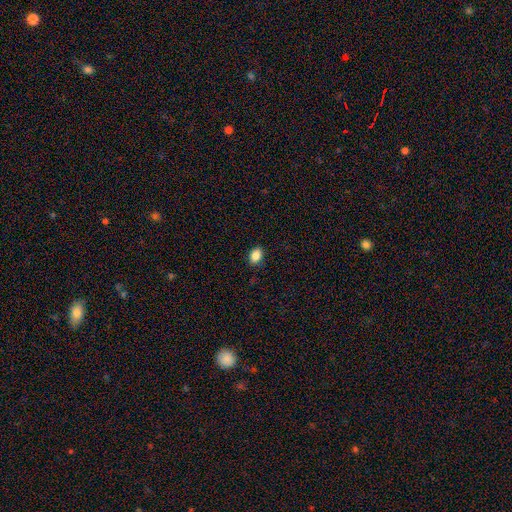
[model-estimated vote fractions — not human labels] smooth-or-featured: smooth: 87% | star or artifact: 9% | featured or disk: 4%
  how-rounded: in between: 75% | round: 24% | cigar-shaped: 1%
  merging: none: 87% | minor disturbance: 10% | major disturbance: 2% | merger: 1%